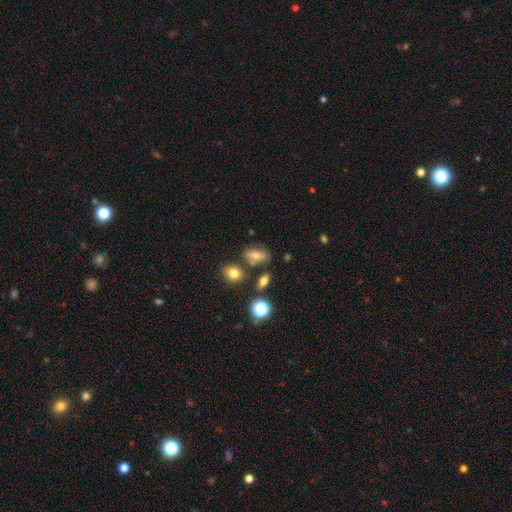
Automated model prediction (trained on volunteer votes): The model was most divided on "smooth or featured": smooth: 68%, featured or disk: 19%, star or artifact: 14%. More confident: how rounded — in between (81%); merging — none (66%).